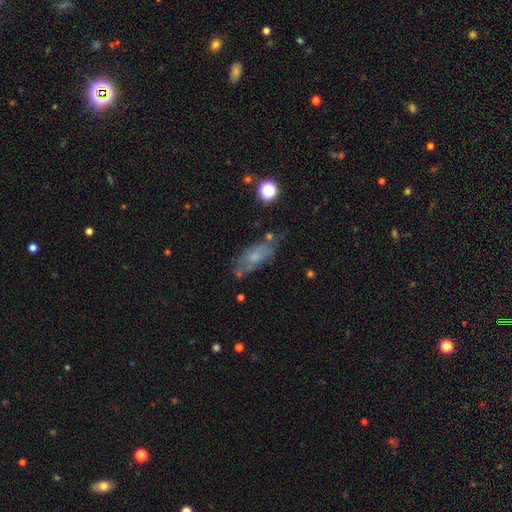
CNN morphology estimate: smooth_or_featured: smooth (p=0.55) [alt: featured or disk p=0.34]
how_rounded: in between (p=0.74) [alt: cigar-shaped p=0.21]
merging: none (p=0.57) [alt: minor disturbance p=0.25]